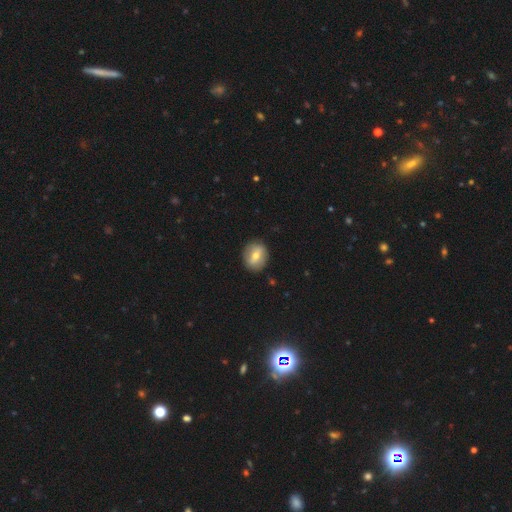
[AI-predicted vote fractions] Smooth or featured? smooth (59%)
How rounded? round (65%)
Merging? none (87%)